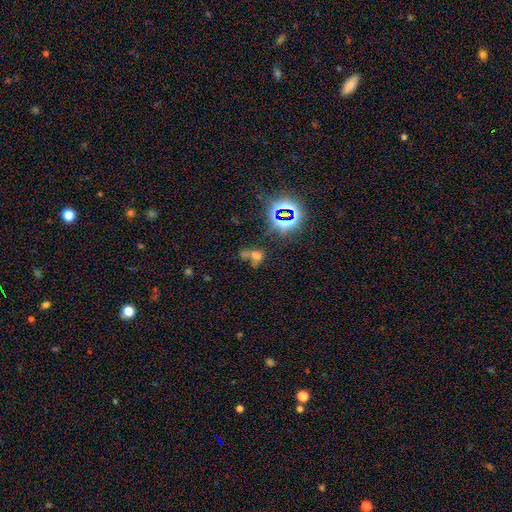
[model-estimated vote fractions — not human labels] A star or artifact, not a galaxy (44%).